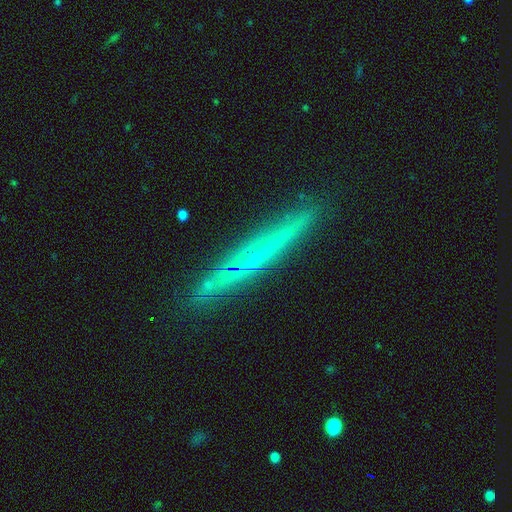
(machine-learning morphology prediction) smooth_or_featured: featured or disk (p=0.63) [alt: smooth p=0.30]
disk_edge_on: yes (p=0.94) [alt: no p=0.06]
edge_on_bulge: none (p=0.77) [alt: rounded p=0.18]
merging: none (p=0.85) [alt: minor disturbance p=0.11]